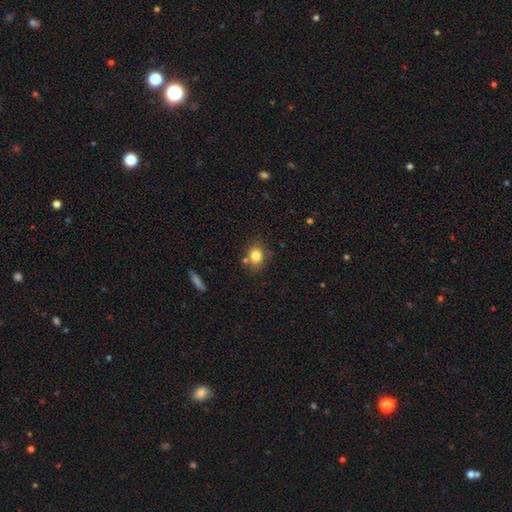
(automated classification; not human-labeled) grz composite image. It shows a smooth galaxy with no disk features (81%) that is round (50%). Merging: none (74%).